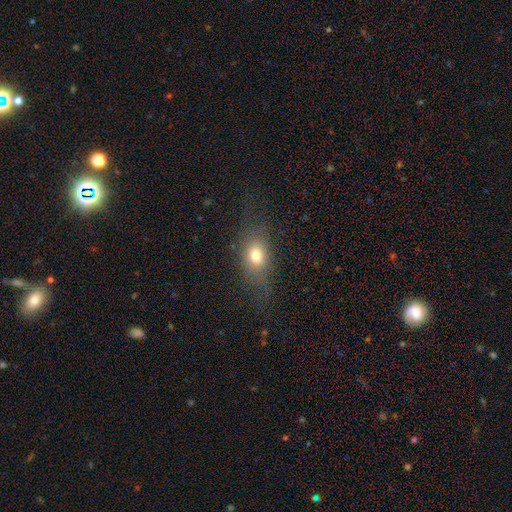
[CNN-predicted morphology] Overall: smooth (71%). How rounded: in between (66%; round 29%). Merging: none (62%).